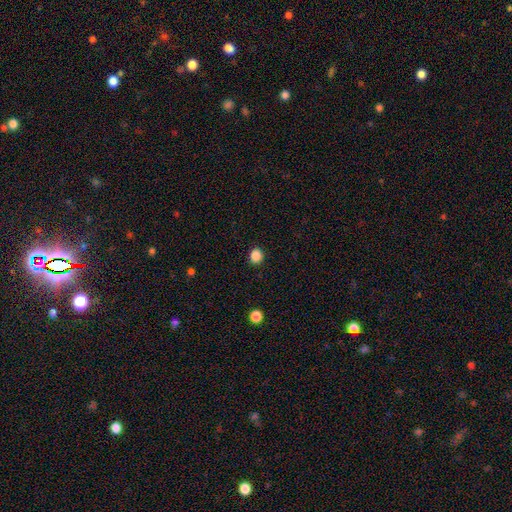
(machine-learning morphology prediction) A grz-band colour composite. It shows a smooth galaxy with no disk features (87%) that is round (77%). Merging: none (91%).